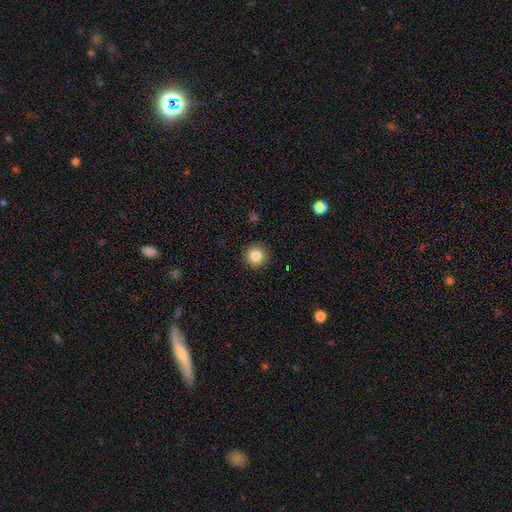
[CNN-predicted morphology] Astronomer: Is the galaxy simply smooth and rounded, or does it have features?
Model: smooth — 85%.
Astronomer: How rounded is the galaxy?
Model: round — 95%.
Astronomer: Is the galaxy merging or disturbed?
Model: none — 91%.